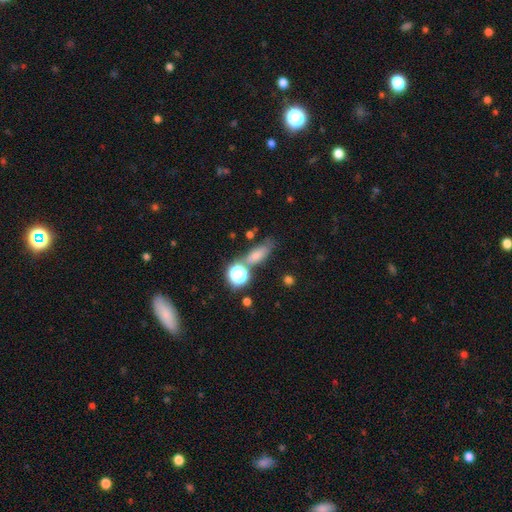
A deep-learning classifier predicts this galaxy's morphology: type=smooth (69%); roundness=in between (59%); merging=none (56%).